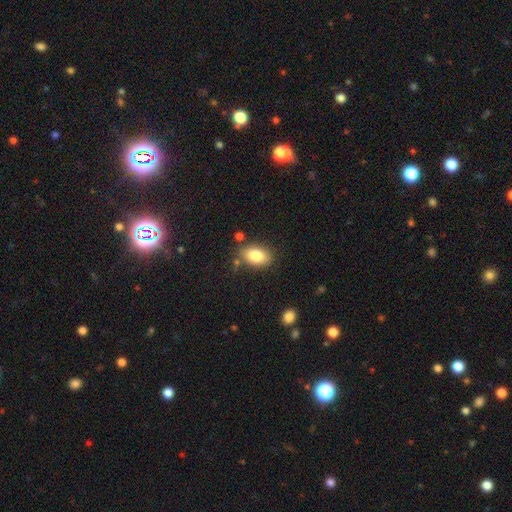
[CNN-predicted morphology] type=smooth (84%); roundness=in between (89%); merging=none (78%).